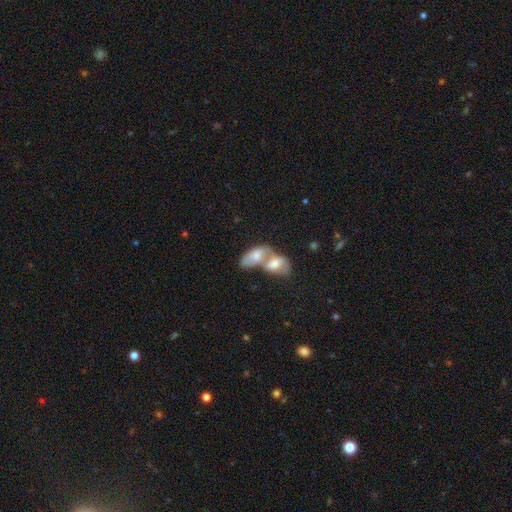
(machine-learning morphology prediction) This is likely a smooth galaxy (62%). How rounded: clearly in between (89%). Merging: likely merger (78%).